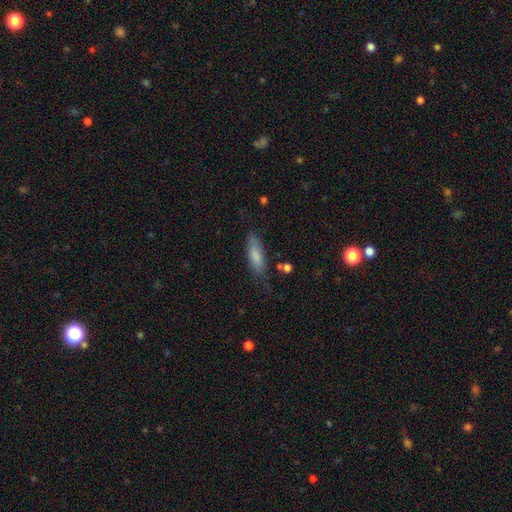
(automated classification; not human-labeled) smooth 80%, featured or disk 14%, star or artifact 6%. Down the decision tree: how rounded — in between (59%); merging — none (72%).